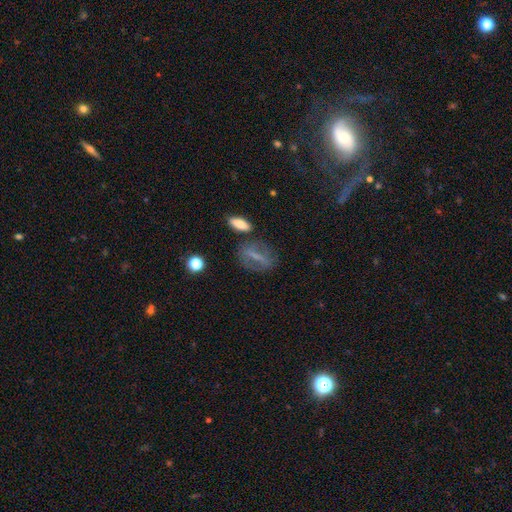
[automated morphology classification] This is marginally a smooth galaxy (44%). Merging: likely none (66%).